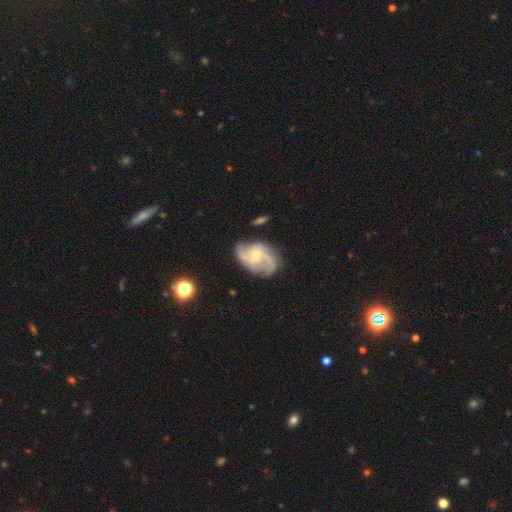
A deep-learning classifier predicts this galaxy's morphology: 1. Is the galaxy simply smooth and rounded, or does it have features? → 85% featured or disk, 9% smooth, 6% star or artifact.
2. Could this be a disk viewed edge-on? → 97% no, 3% yes.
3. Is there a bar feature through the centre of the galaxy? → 46% no, 44% weak, 10% strong.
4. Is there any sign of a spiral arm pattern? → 96% yes, 4% no.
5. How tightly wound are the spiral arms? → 48% medium, 33% loose, 19% tight.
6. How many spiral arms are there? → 46% 2, 30% 3, 11% can't tell, 5% 4, 4% 1, 4% more than 4.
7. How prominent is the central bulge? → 55% small, 40% moderate, 3% none, 2% large, 1% dominant.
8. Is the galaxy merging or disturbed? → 65% none, 22% minor disturbance, 11% major disturbance, 3% merger.